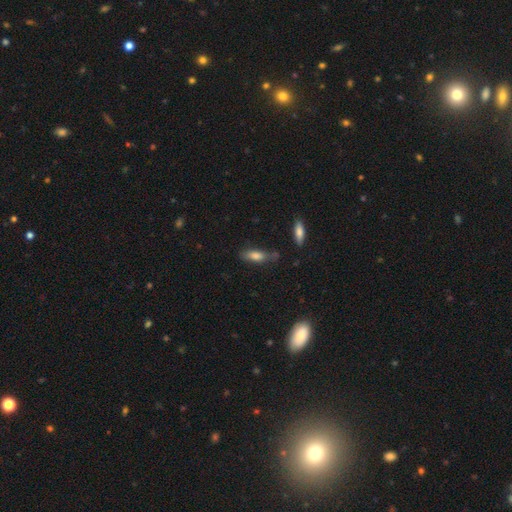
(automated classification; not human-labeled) Smooth or featured? smooth (76%)
How rounded? in between (57%)
Merging? none (65%)